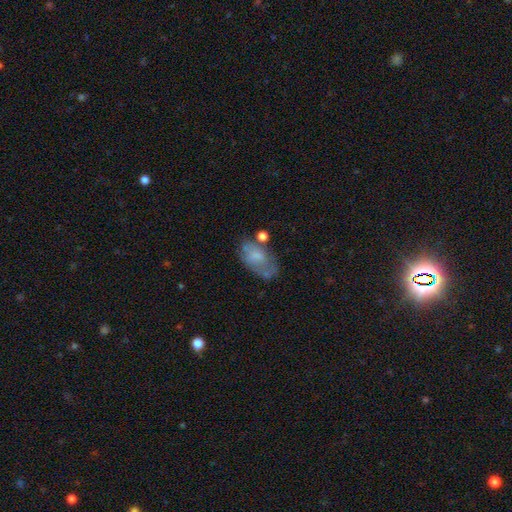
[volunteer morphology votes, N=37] This is possibly a smooth galaxy (57%). How rounded: clearly in between (86%). Merging: possibly none (50%).